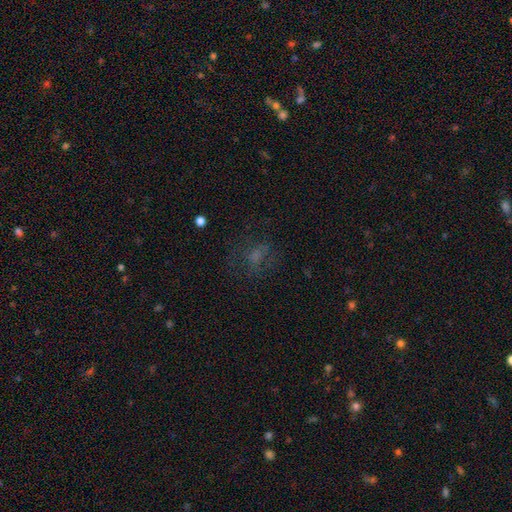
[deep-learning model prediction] Morphology: type=smooth (44%); merging=none (60%).